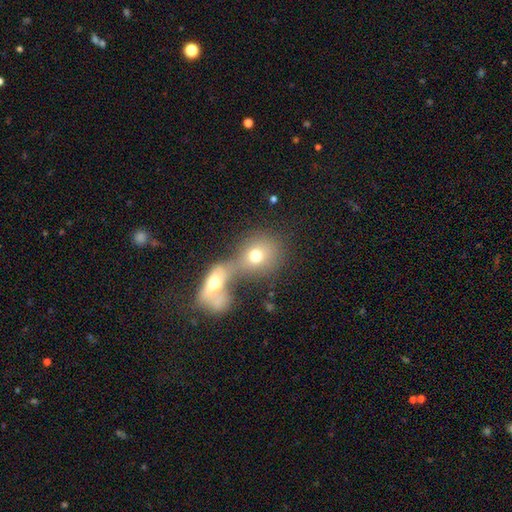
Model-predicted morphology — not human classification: This appears to be a smooth galaxy with no disk features (71%) that is round (67%). Merging: merger (60%).